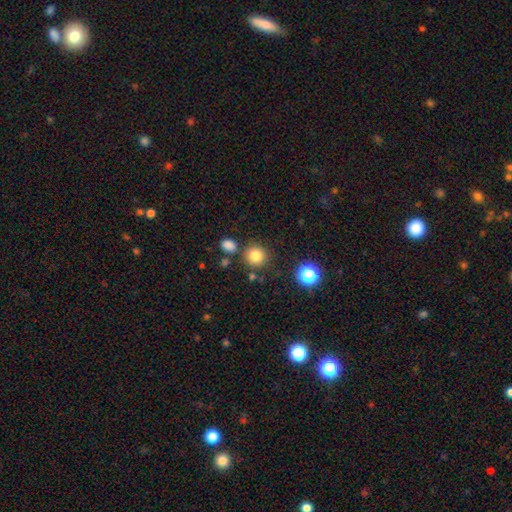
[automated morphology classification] Smooth or featured? Predicted: smooth (p=0.82). How rounded? Predicted: round (p=0.92). Merging? Predicted: none (p=0.81).